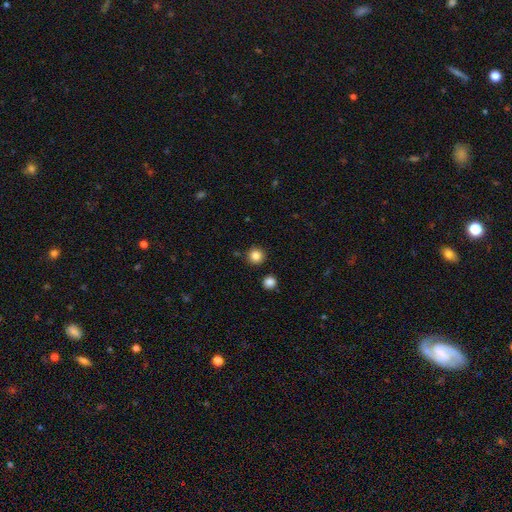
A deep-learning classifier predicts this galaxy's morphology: Smooth or featured? smooth (84%)
How rounded? round (94%)
Merging? none (89%)